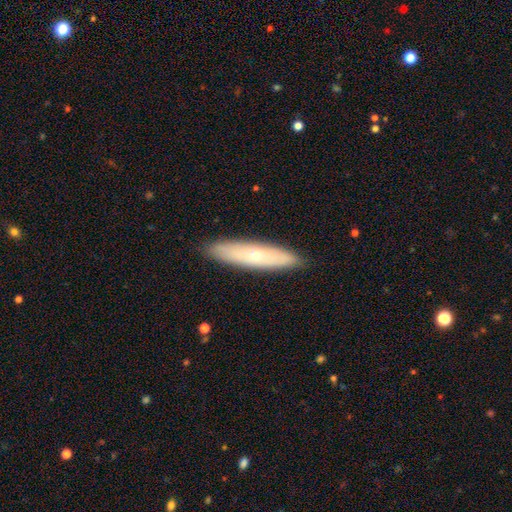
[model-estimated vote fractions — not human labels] Q: Smooth or featured?
A: smooth (54%); runner-up: featured or disk (40%)
Q: How rounded?
A: cigar-shaped (83%); runner-up: in between (15%)
Q: Merging?
A: none (89%); runner-up: minor disturbance (8%)